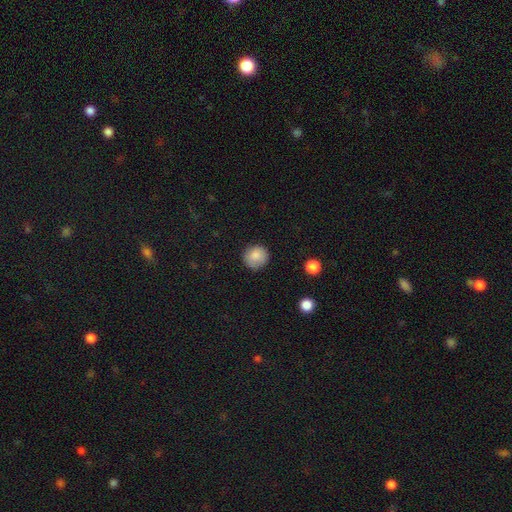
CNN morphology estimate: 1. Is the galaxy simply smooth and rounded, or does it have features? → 86% smooth, 9% star or artifact, 6% featured or disk.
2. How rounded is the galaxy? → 91% round, 8% in between, 1% cigar-shaped.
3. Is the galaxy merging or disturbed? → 85% none, 11% minor disturbance, 3% major disturbance, 1% merger.